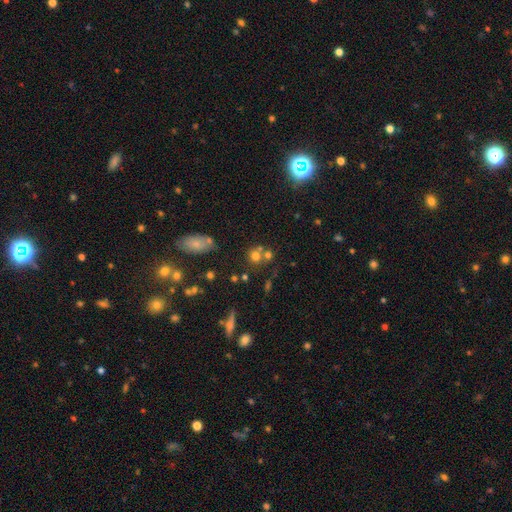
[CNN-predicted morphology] Smooth or featured: smooth — 68% (star or artifact — 18%)
How rounded: round — 82% (in between — 17%)
Merging: none — 50% (merger — 36%)